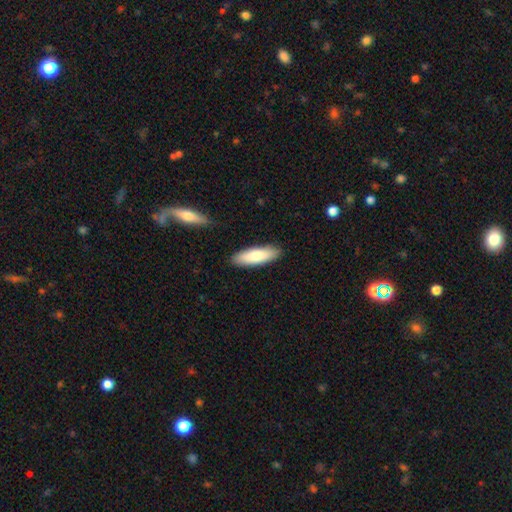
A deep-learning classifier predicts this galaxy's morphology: Smooth or featured?
  - smooth: 81% *
  - featured or disk: 14%
  - star or artifact: 5%
How rounded?
  - cigar-shaped: 50% *
  - in between: 48%
  - round: 2%
Merging?
  - none: 89% *
  - minor disturbance: 8%
  - major disturbance: 2%
  - merger: 1%